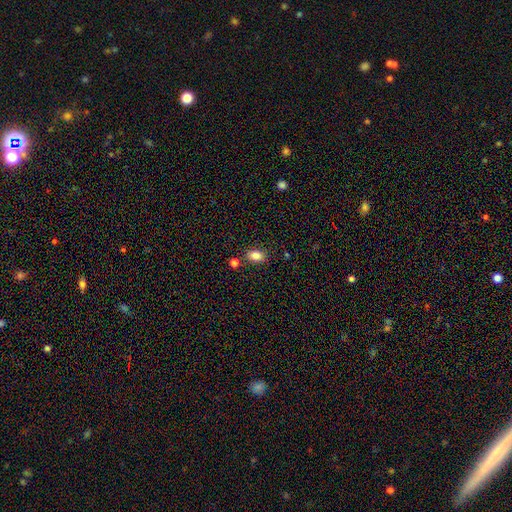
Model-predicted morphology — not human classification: A smooth galaxy with no disk features (84%) that is in between round and cigar-shaped (79%). Merging: none (79%).